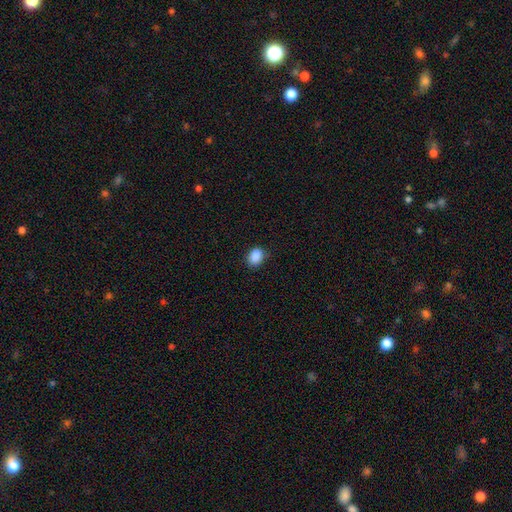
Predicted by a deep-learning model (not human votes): Morphology: type=smooth (88%); roundness=in between (69%); merging=none (75%).